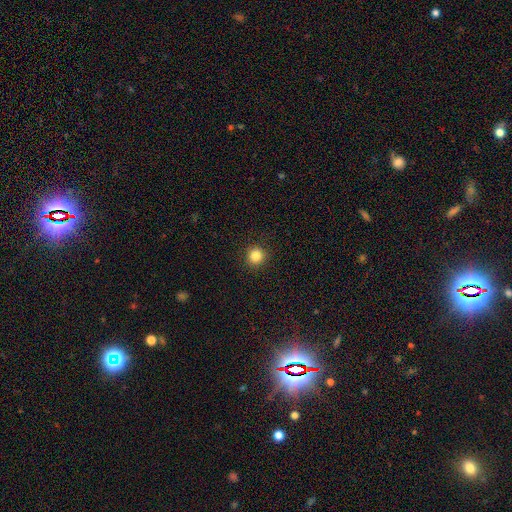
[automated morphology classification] type=smooth (84%); roundness=round (94%); merging=none (92%).